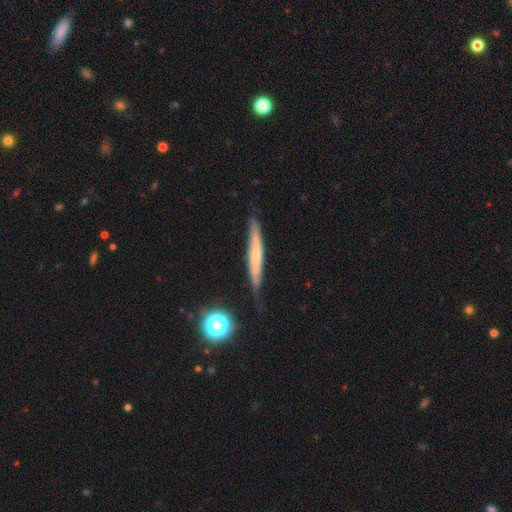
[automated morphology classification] The model was most divided on "smooth or featured": featured or disk: 52%, smooth: 40%, star or artifact: 8%. More confident: edge-on disk — yes (89%); merging — none (71%).